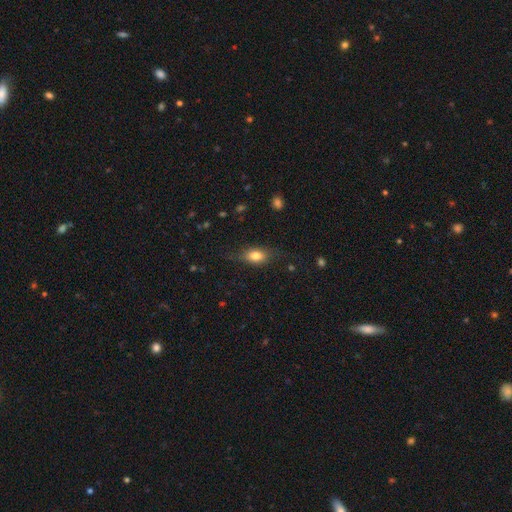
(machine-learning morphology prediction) Smooth or featured? smooth (74%)
How rounded? in between (77%)
Merging? none (71%)